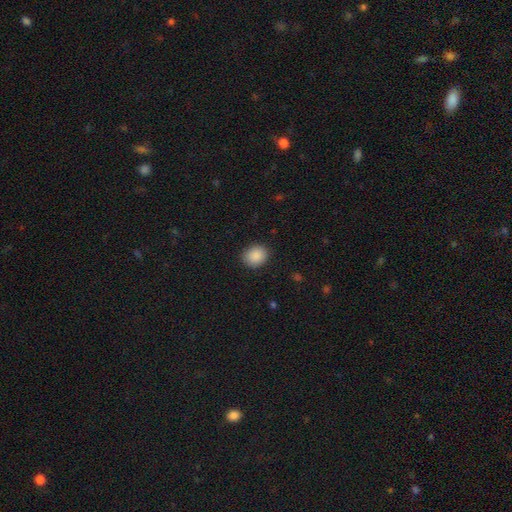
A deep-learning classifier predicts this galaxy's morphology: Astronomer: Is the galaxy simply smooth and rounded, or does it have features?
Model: smooth — 89%.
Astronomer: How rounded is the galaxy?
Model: round — 63%.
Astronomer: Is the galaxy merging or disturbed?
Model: none — 88%.